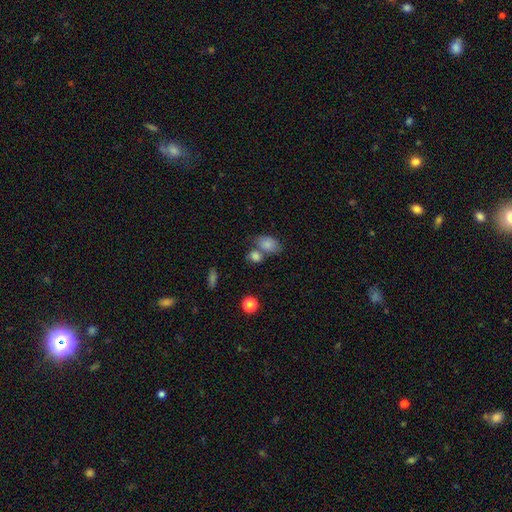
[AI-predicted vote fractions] The model was most divided on "merging": none: 44%, merger: 38%, minor disturbance: 13%, major disturbance: 5%. More confident: smooth or featured — smooth (80%); how rounded — in between (66%).